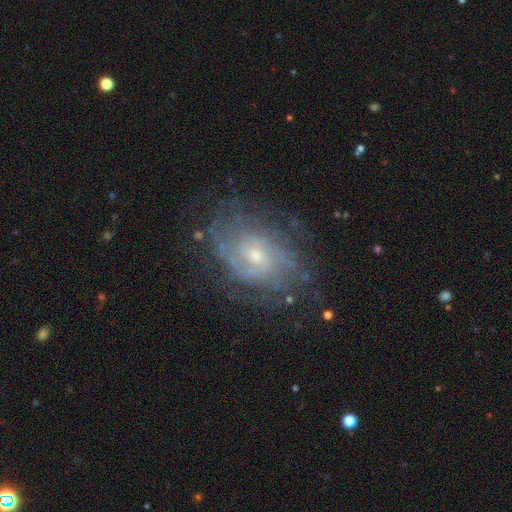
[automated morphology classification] type=featured or disk (81%); edge-on=no (96%); bar=no (62%); spiral arms=yes (91%); winding=tight (60%); arm count=can't tell (47%); bulge=small (54%); merging=none (71%).